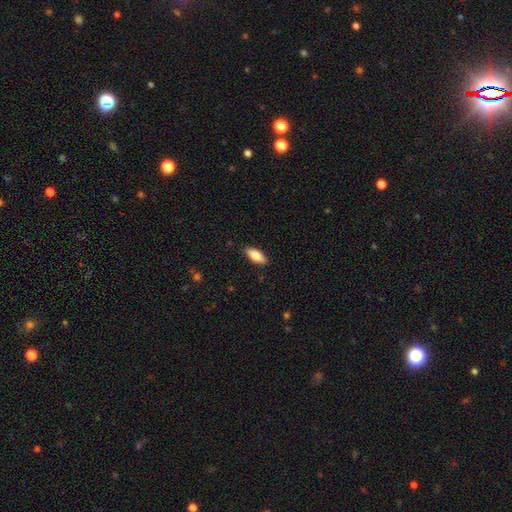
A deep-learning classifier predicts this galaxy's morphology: Smooth or featured? Predicted: smooth (p=0.79). How rounded? Predicted: in between (p=0.76). Merging? Predicted: none (p=0.88).